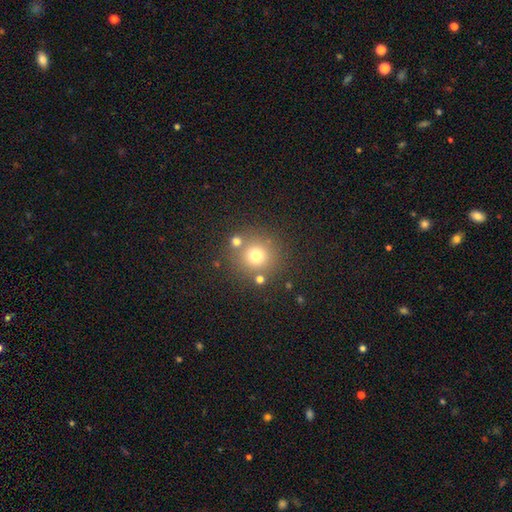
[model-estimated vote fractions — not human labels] smooth 71%, star or artifact 17%, featured or disk 11%. Down the decision tree: how rounded — round (93%); merging — none (78%).